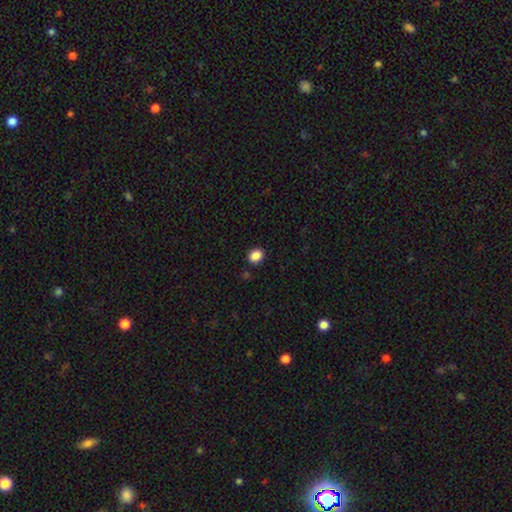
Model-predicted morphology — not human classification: Overall: smooth (88%). How rounded: round (50%; in between 49%). Merging: none (88%).